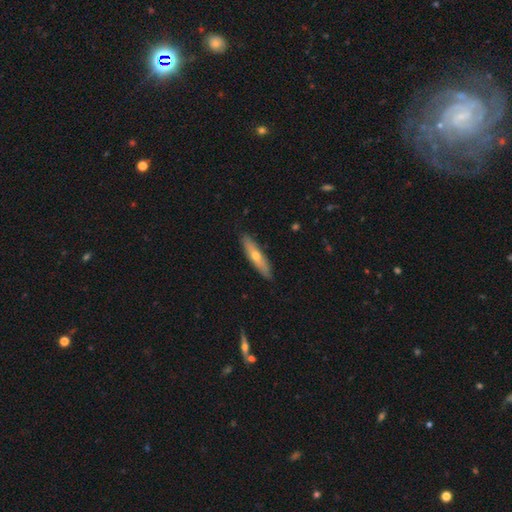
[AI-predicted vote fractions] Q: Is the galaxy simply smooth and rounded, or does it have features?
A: smooth — 53%.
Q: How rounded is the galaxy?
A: cigar-shaped — 78%.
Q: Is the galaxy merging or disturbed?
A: none — 88%.